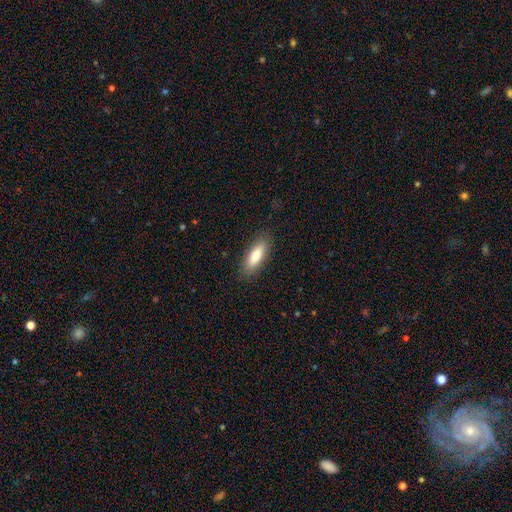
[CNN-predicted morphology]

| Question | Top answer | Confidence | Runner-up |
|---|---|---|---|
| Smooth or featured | smooth | 82% | featured or disk (12%) |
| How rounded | in between | 60% | cigar-shaped (38%) |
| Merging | none | 87% | minor disturbance (10%) |